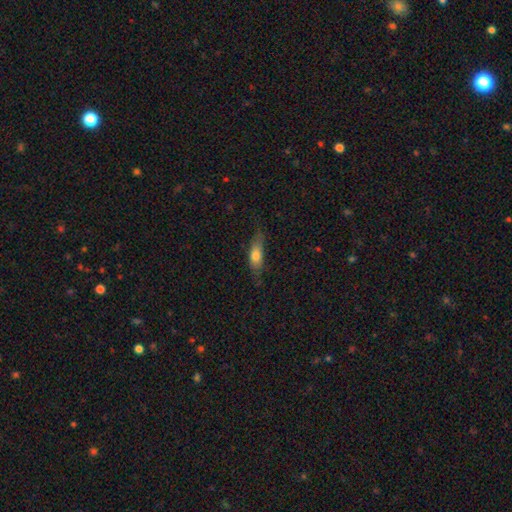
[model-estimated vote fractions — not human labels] smooth-or-featured: smooth: 71% | featured or disk: 21% | star or artifact: 7%
  how-rounded: in between: 65% | cigar-shaped: 32% | round: 3%
  merging: none: 61% | minor disturbance: 29% | major disturbance: 9% | merger: 2%